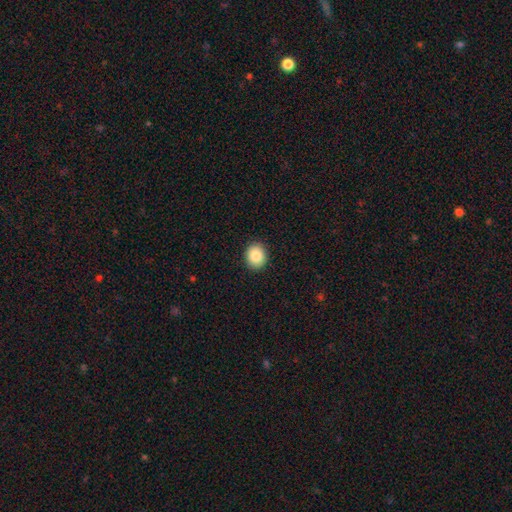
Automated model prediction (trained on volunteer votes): This is clearly a smooth galaxy (87%). How rounded: likely round (65%). Merging: clearly none (91%).